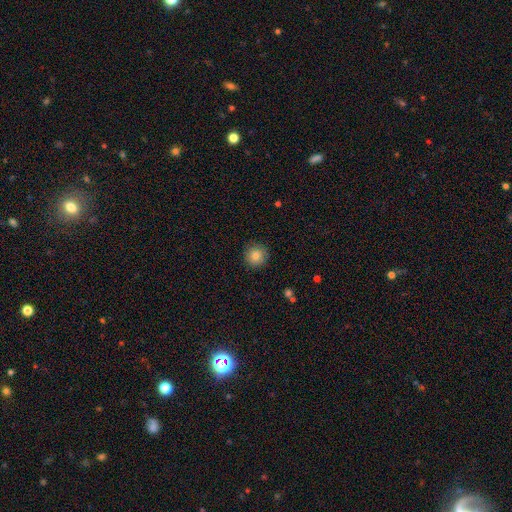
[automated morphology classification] smooth-or-featured: smooth: 83% | star or artifact: 10% | featured or disk: 7%
  how-rounded: round: 95% | in between: 4% | cigar-shaped: 1%
  merging: none: 90% | minor disturbance: 6% | major disturbance: 2% | merger: 1%